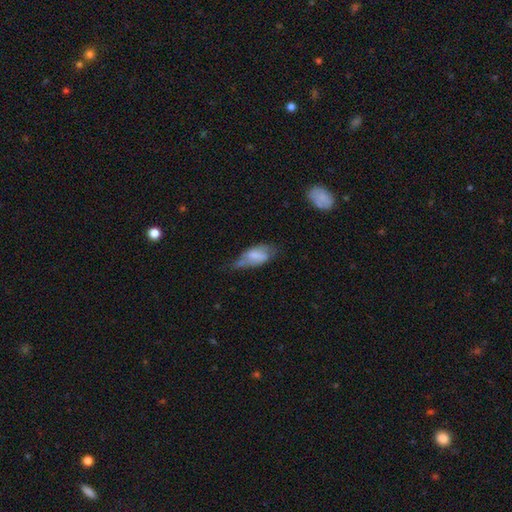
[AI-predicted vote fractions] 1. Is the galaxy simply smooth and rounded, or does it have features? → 55% smooth, 37% featured or disk, 8% star or artifact.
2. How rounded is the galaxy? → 87% in between, 9% cigar-shaped, 4% round.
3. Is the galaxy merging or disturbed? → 40% minor disturbance, 33% none, 23% major disturbance, 5% merger.